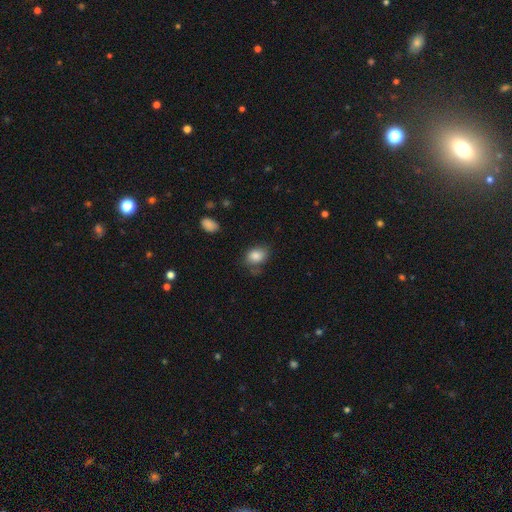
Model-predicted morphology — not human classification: Smooth or featured: smooth — 83% (star or artifact — 8%)
How rounded: in between — 71% (round — 28%)
Merging: none — 60% (minor disturbance — 27%)